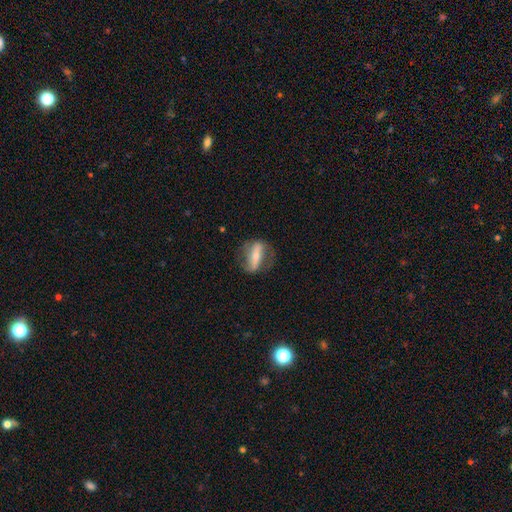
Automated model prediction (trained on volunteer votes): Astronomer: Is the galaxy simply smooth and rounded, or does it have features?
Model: featured or disk — 63%.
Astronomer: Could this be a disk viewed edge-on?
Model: no — 75%.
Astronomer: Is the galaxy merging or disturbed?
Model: none — 67%.